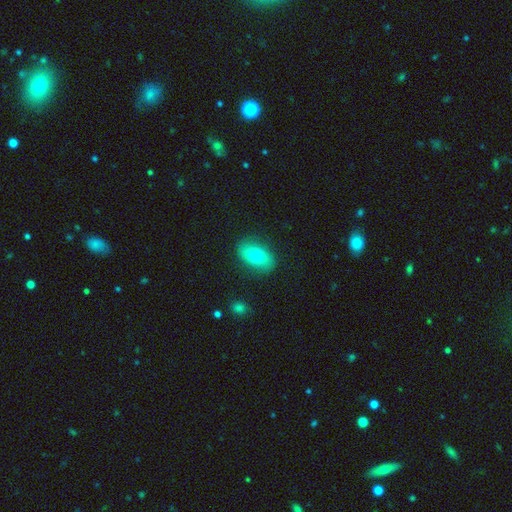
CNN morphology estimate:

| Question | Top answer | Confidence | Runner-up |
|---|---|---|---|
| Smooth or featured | smooth | 71% | featured or disk (22%) |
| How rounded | in between | 89% | round (8%) |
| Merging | none | 84% | minor disturbance (12%) |